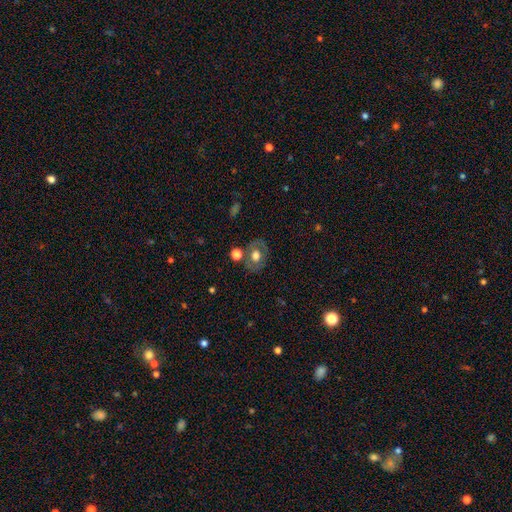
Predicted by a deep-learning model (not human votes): Smooth or featured? smooth (48%)
Merging? none (70%)